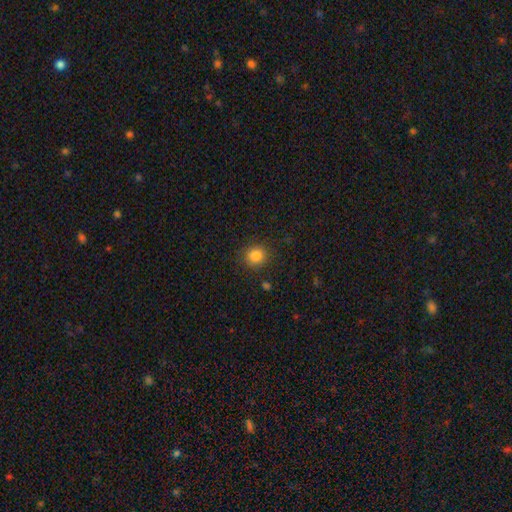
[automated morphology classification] Q: Smooth or featured?
A: smooth (83%); runner-up: star or artifact (11%)
Q: How rounded?
A: round (86%); runner-up: in between (13%)
Q: Merging?
A: none (87%); runner-up: minor disturbance (9%)